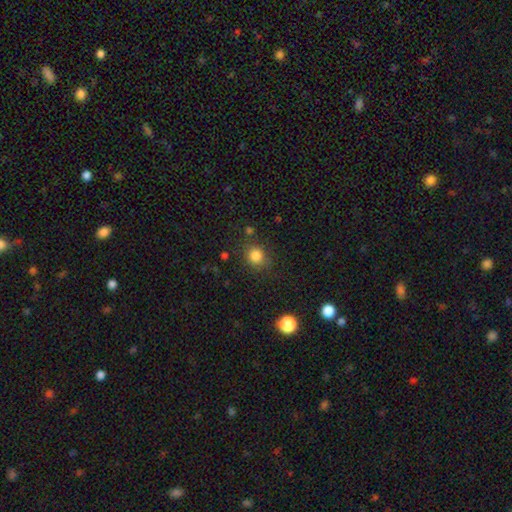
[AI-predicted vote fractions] The model was most divided on "merging": none: 80%, minor disturbance: 12%, major disturbance: 5%, merger: 4%. More confident: how rounded — round (84%); smooth or featured — smooth (82%).